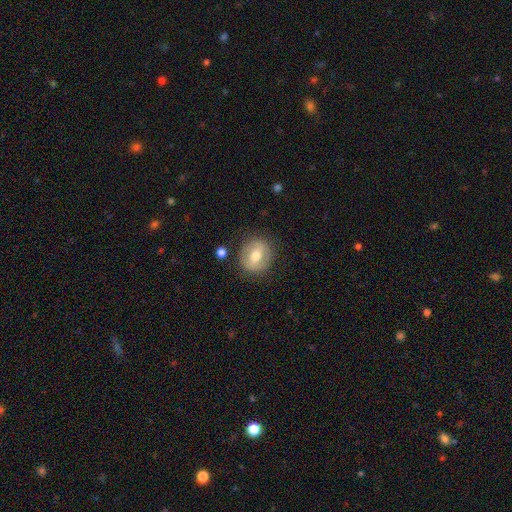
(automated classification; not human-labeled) This is possibly a smooth galaxy (54%). How rounded: likely round (77%). Merging: clearly none (84%).